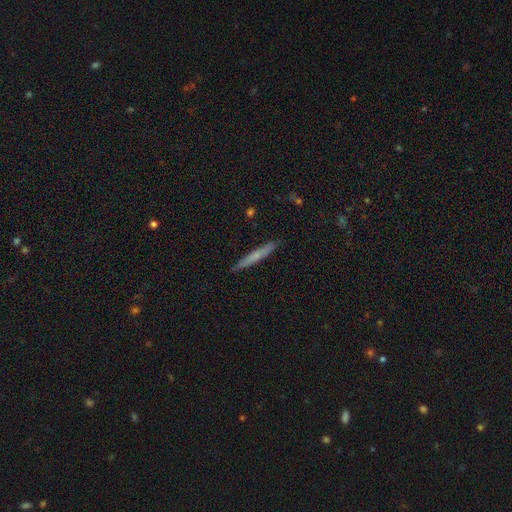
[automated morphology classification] Smooth or featured? Predicted: smooth (p=0.55). How rounded? Predicted: cigar-shaped (p=0.96). Merging? Predicted: none (p=0.90).